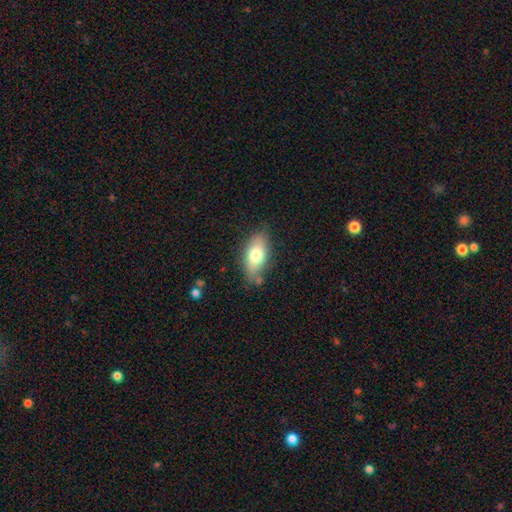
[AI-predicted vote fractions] Overall: smooth (70%). How rounded: in between (86%). Merging: none (78%).